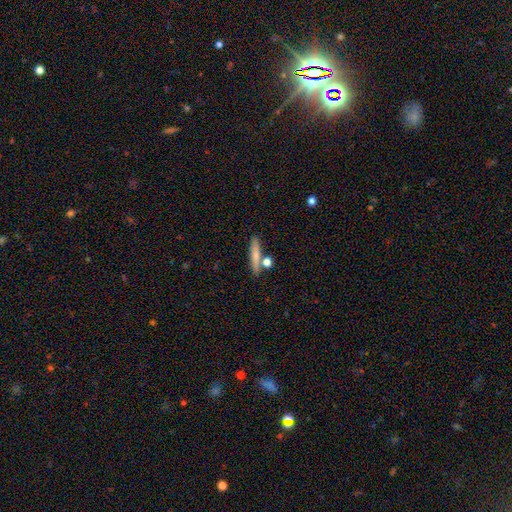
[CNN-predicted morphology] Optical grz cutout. It shows a smooth galaxy with no disk features (74%) that is cigar-shaped (77%). Merging: none (72%).